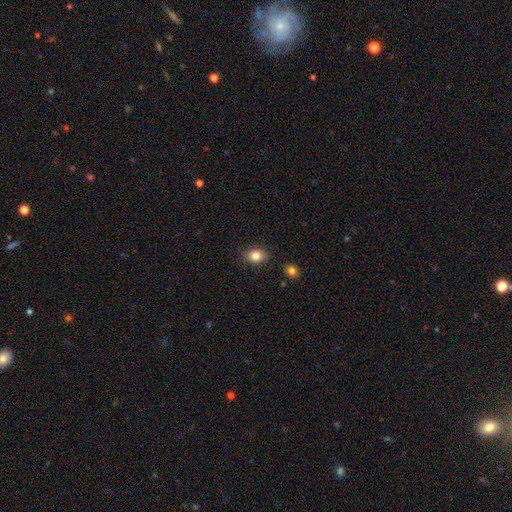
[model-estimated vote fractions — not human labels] A smooth galaxy with no disk features (84%) that is in between round and cigar-shaped (70%). Merging: none (85%).